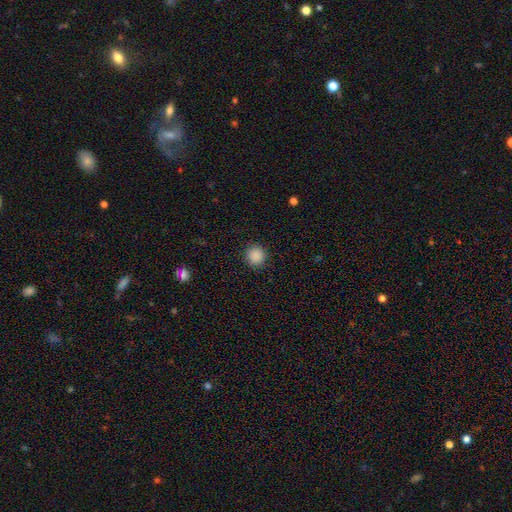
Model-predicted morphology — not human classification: A smooth galaxy with no disk features (88%) that is round (90%). Merging: none (91%).